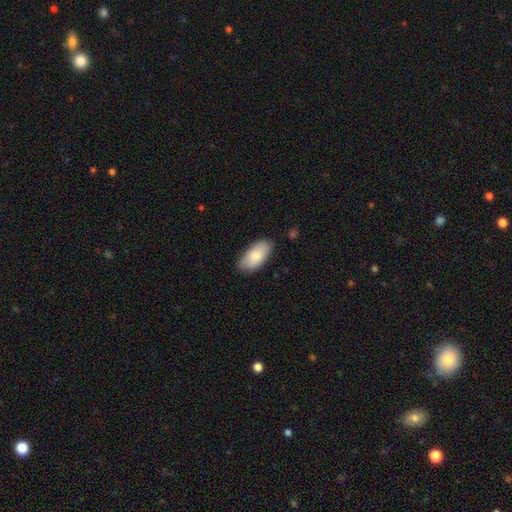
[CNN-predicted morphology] type=smooth (82%); roundness=in between (94%); merging=none (80%).